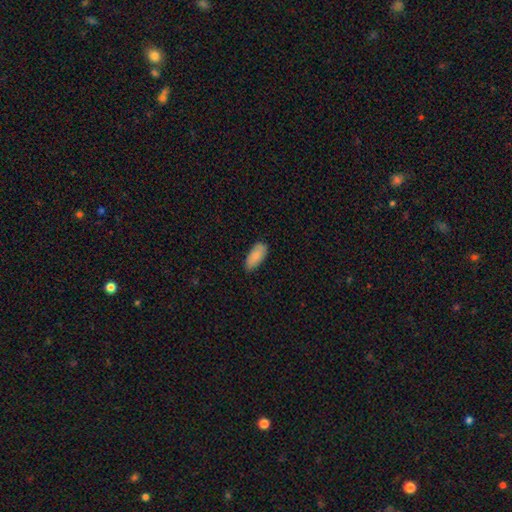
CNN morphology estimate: Smooth or featured? smooth (86%)
How rounded? in between (89%)
Merging? none (78%)